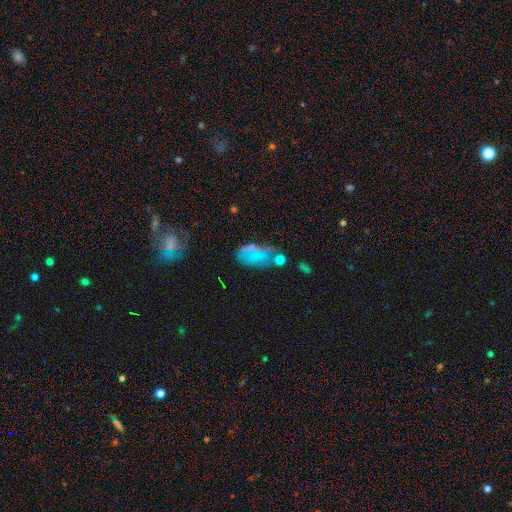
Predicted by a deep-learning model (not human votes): Q: Smooth or featured?
A: smooth (46%); runner-up: featured or disk (35%)
Q: Merging?
A: none (41%); runner-up: minor disturbance (23%)